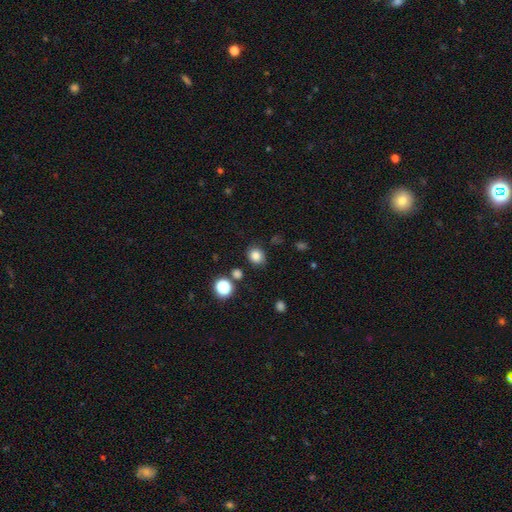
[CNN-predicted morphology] This is clearly a smooth galaxy (82%). How rounded: likely round (77%). Merging: clearly none (83%).